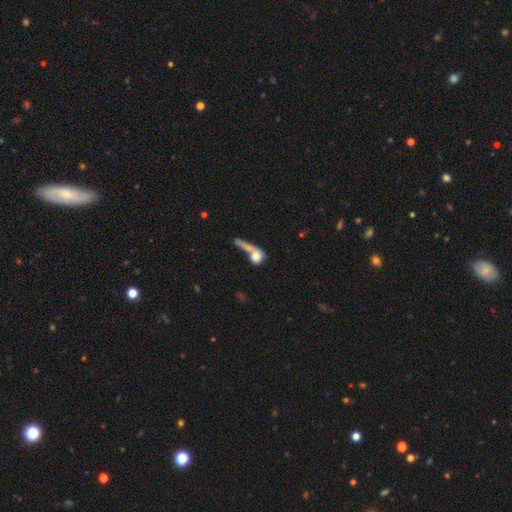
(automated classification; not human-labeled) Overall: smooth (70%). How rounded: round (65%). Merging: merger (37%; none 33%).